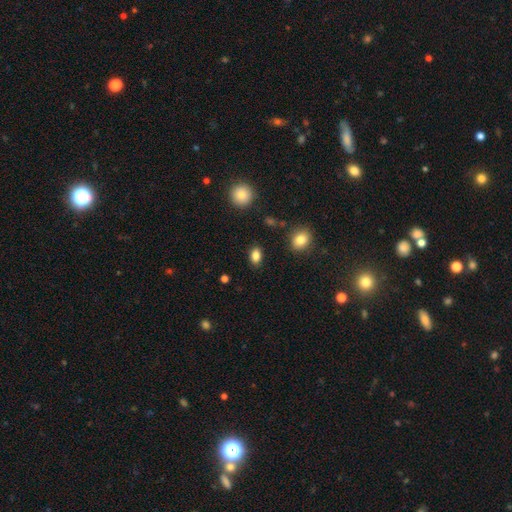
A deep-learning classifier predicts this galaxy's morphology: smooth_or_featured: smooth (p=0.85) [alt: star or artifact p=0.10]
how_rounded: in between (p=0.81) [alt: round p=0.18]
merging: none (p=0.87) [alt: minor disturbance p=0.09]